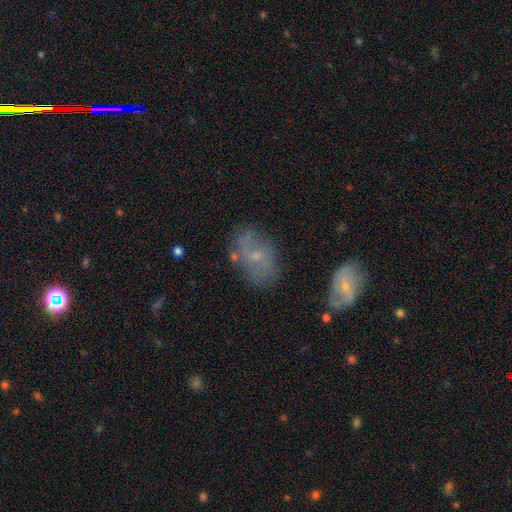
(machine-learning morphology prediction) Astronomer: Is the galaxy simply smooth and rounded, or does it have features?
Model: featured or disk — 57% (runner-up: smooth, 32%).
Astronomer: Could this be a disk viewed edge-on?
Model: no — 95%.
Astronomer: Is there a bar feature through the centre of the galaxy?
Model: no — 53% (runner-up: weak, 39%).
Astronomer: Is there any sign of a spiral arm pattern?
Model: yes — 71%.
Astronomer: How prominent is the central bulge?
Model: small — 70%.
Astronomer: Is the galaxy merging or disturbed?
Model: none — 64%.